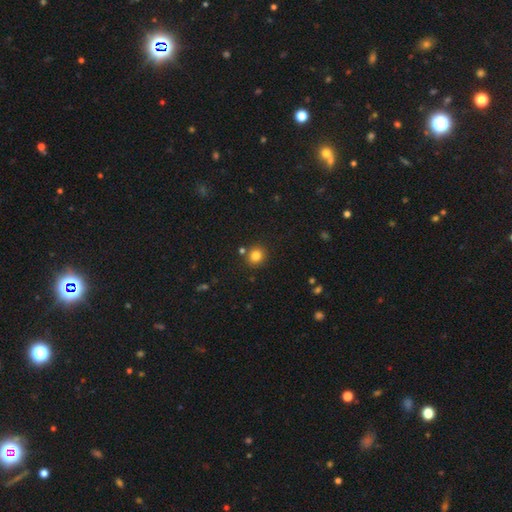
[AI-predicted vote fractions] Smooth or featured? Predicted: smooth (p=0.82). How rounded? Predicted: round (p=0.85). Merging? Predicted: none (p=0.82).